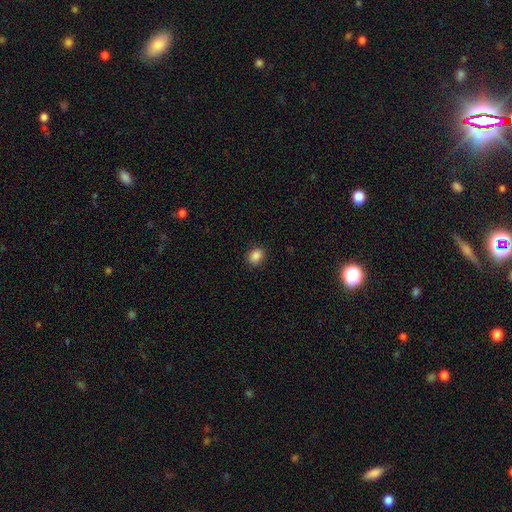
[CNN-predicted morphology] A smooth galaxy with no disk features (87%) that is in between round and cigar-shaped (63%). Merging: none (88%).